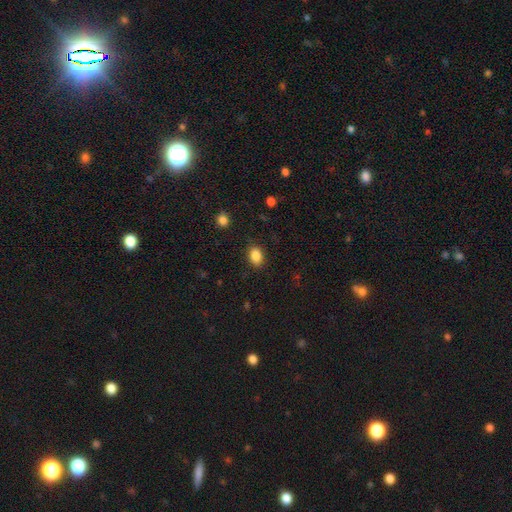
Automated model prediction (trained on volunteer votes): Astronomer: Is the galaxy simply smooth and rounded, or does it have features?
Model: smooth — 86%.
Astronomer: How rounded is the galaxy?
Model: in between — 75%.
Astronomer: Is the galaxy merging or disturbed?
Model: none — 86%.